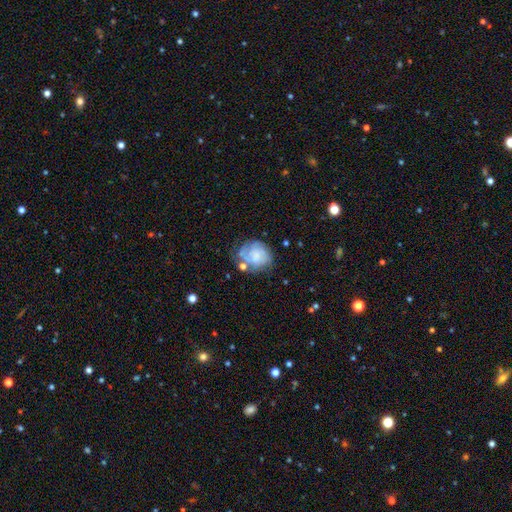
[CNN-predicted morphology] Q: Smooth or featured?
A: featured or disk (53%); runner-up: smooth (38%)
Q: Edge-on disk?
A: no (98%); runner-up: yes (2%)
Q: Bar?
A: no (74%); runner-up: weak (22%)
Q: Spiral arms?
A: yes (76%); runner-up: no (24%)
Q: Bulge size?
A: none (39%); runner-up: small (28%)
Q: Merging?
A: none (54%); runner-up: minor disturbance (24%)